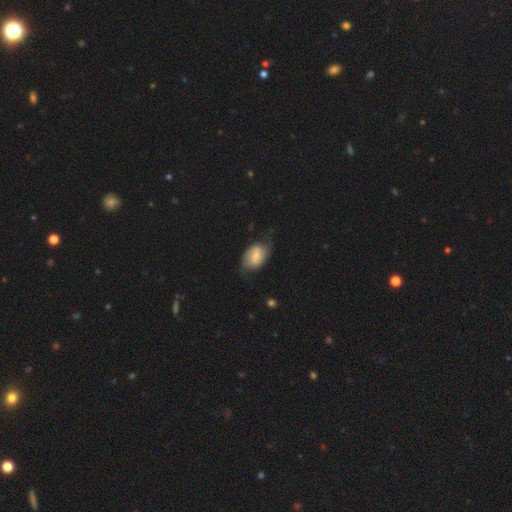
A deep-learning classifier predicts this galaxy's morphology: smooth 53%, featured or disk 40%, star or artifact 7%. Down the decision tree: how rounded — in between (84%); merging — none (54%).